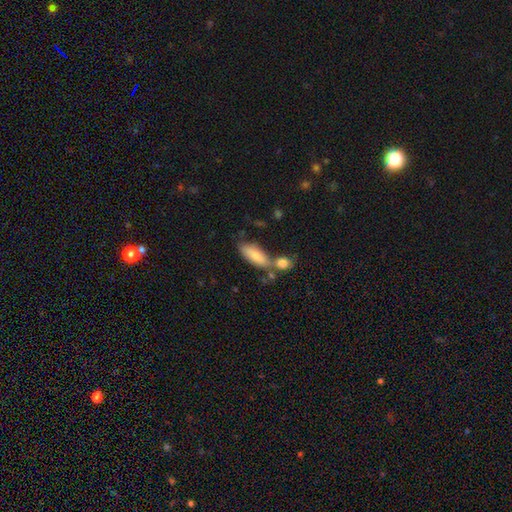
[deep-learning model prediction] A smooth galaxy with no disk features (81%) that is in between round and cigar-shaped (71%).

Vote fractions:
- Smooth or featured? smooth: 81% / featured or disk: 13% / star or artifact: 6%
- How rounded? in between: 71% / cigar-shaped: 27% / round: 2%
- Merging? none: 50% / merger: 30% / minor disturbance: 15% / major disturbance: 5%